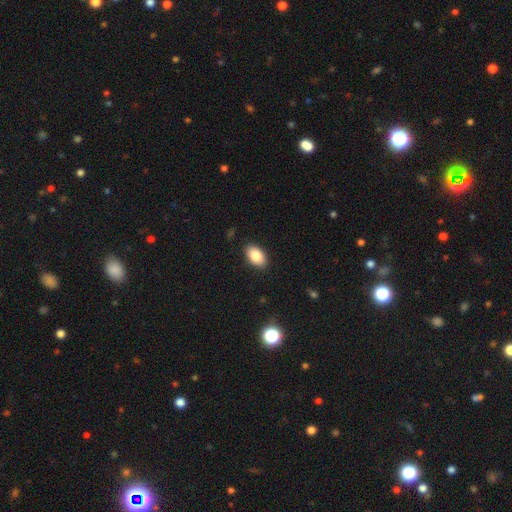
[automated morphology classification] The model was most divided on "smooth or featured": smooth: 86%, star or artifact: 7%, featured or disk: 7%. More confident: how rounded — in between (93%); merging — none (88%).